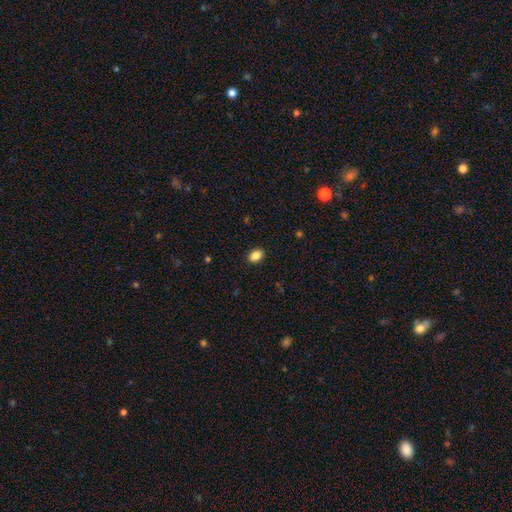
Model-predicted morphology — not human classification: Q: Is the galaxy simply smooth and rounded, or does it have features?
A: smooth — 87%.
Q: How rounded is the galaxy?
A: in between — 77%.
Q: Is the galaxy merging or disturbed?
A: none — 90%.